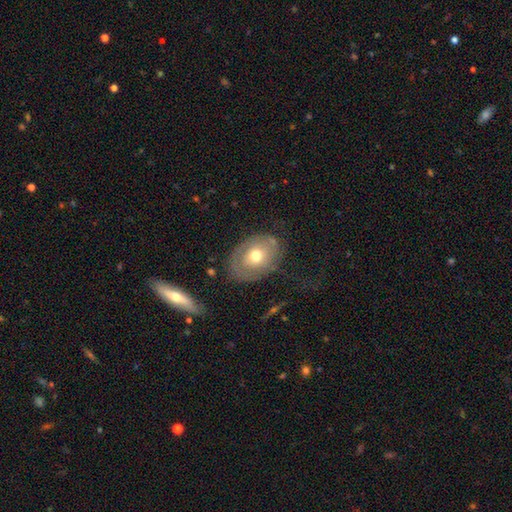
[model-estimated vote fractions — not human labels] This appears to be a smooth galaxy with no disk features (51%) that is in between round and cigar-shaped (68%). Merging: none (65%).